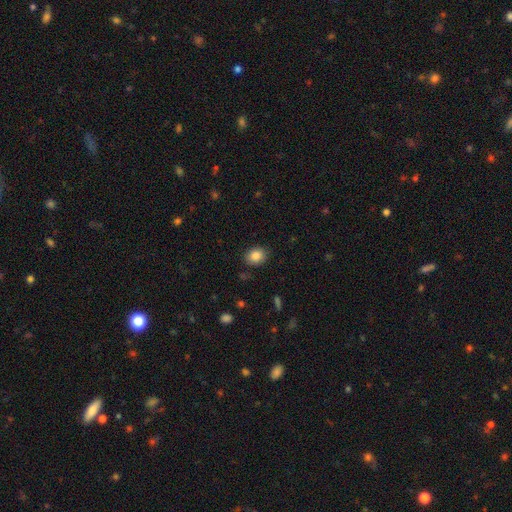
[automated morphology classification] smooth-or-featured: smooth: 86% | star or artifact: 9% | featured or disk: 5%
  how-rounded: in between: 51% | round: 48% | cigar-shaped: 1%
  merging: none: 86% | minor disturbance: 10% | major disturbance: 3% | merger: 1%